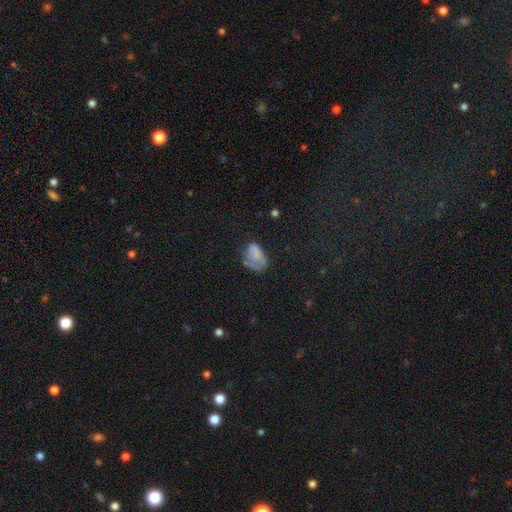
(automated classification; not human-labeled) Overall: smooth (59%; featured or disk 28%). How rounded: in between (84%). Merging: none (35%; major disturbance 31%).